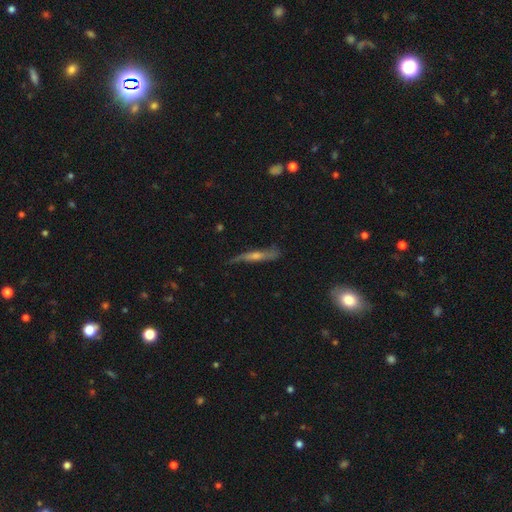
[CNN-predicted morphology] smooth-or-featured: featured or disk: 62% | smooth: 30% | star or artifact: 8%
  disk-edge-on: yes: 86% | no: 14%
    edge-on-bulge: rounded: 69% | none: 22% | boxy: 9%
  merging: none: 68% | minor disturbance: 23% | major disturbance: 6% | merger: 2%